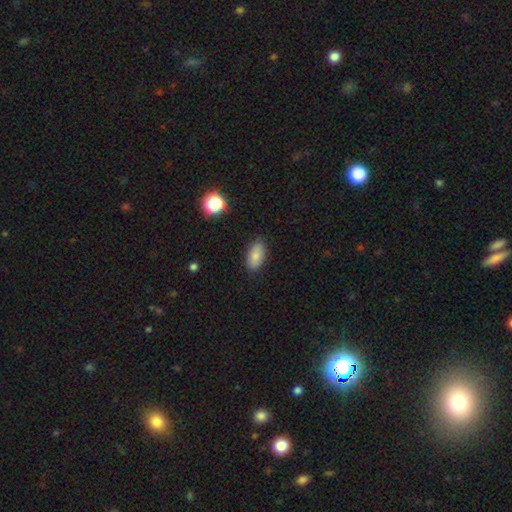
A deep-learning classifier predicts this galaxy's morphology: A smooth galaxy with no disk features (83%) that is in between round and cigar-shaped (92%). Merging: none (85%).